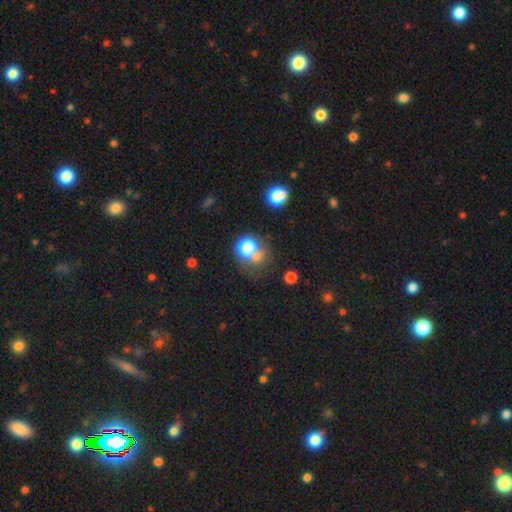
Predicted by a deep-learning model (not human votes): Smooth or featured? smooth (70%)
How rounded? round (74%)
Merging? merger (47%)